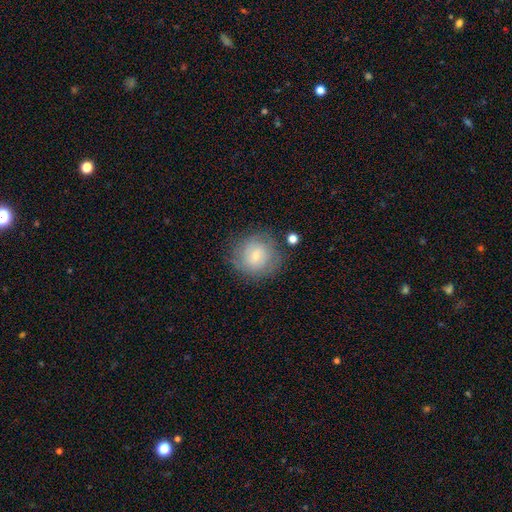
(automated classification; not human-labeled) This appears to be a smooth galaxy with no disk features (66%) that is round (91%). Merging: none (77%).